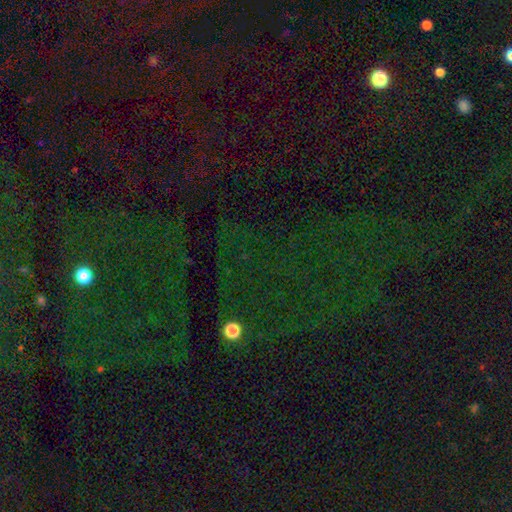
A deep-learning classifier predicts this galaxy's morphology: This appears to be a star or artifact, not a galaxy (78%).